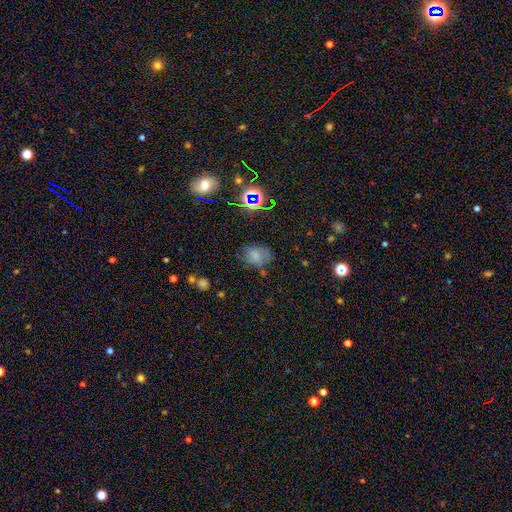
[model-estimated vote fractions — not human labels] Smooth or featured?
  - smooth: 62% *
  - star or artifact: 22%
  - featured or disk: 16%
How rounded?
  - in between: 71% *
  - round: 27%
  - cigar-shaped: 1%
Merging?
  - none: 58% *
  - minor disturbance: 26%
  - major disturbance: 12%
  - merger: 4%